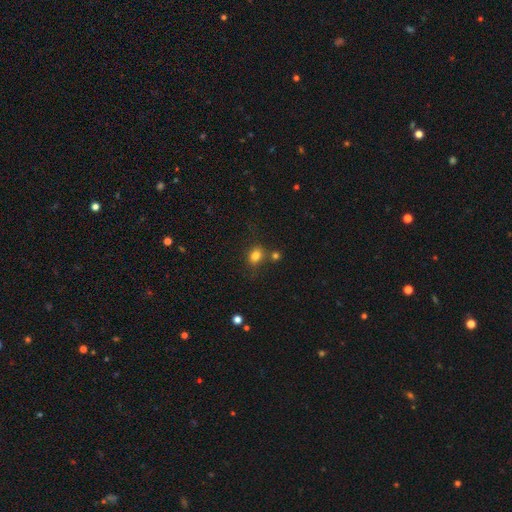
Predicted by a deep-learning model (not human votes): Smooth or featured: smooth — 81% (star or artifact — 12%)
How rounded: in between — 54% (round — 44%)
Merging: none — 66% (minor disturbance — 15%)